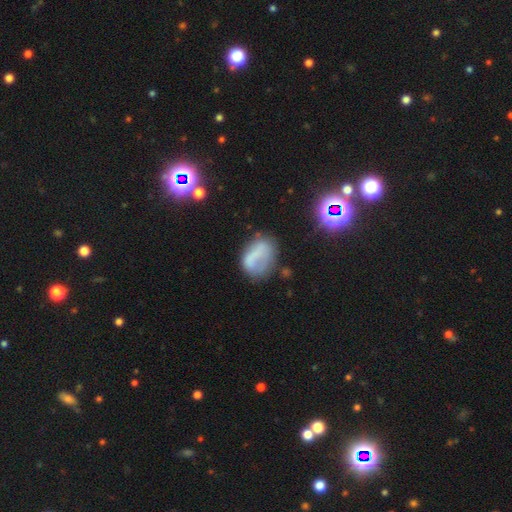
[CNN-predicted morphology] This is possibly a smooth galaxy (58%). How rounded: likely in between (75%). Merging: possibly none (45%).